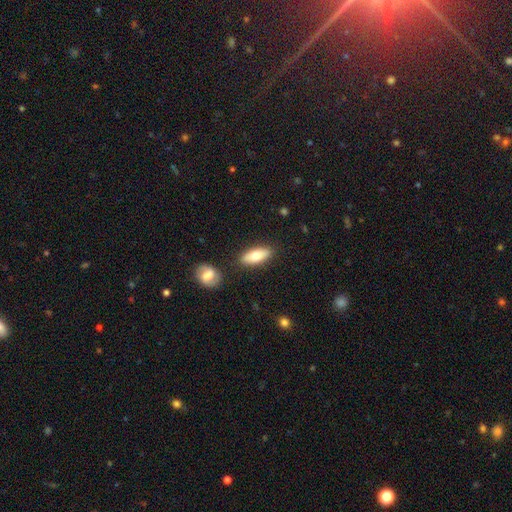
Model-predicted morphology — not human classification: smooth-or-featured: smooth: 74% | featured or disk: 20% | star or artifact: 6%
  how-rounded: in between: 80% | cigar-shaped: 17% | round: 3%
  merging: none: 81% | minor disturbance: 10% | merger: 6% | major disturbance: 2%